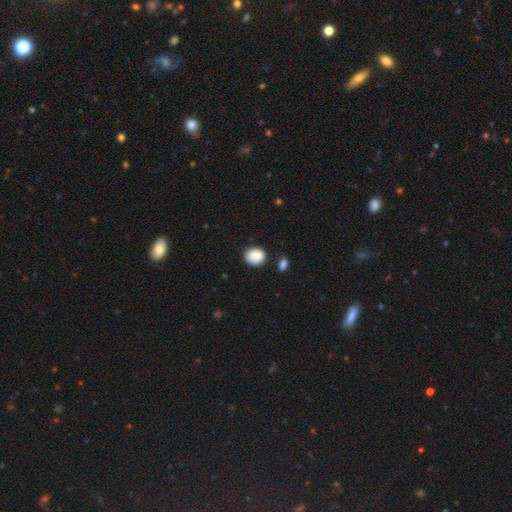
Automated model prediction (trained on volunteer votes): Smooth or featured? Predicted: smooth (p=0.88). How rounded? Predicted: round (p=0.65). Merging? Predicted: none (p=0.77).